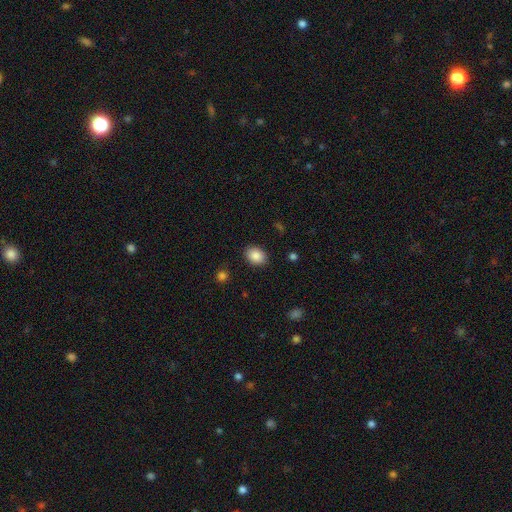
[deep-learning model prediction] Q: Smooth or featured?
A: smooth (87%); runner-up: star or artifact (8%)
Q: How rounded?
A: in between (64%); runner-up: round (35%)
Q: Merging?
A: none (88%); runner-up: minor disturbance (9%)